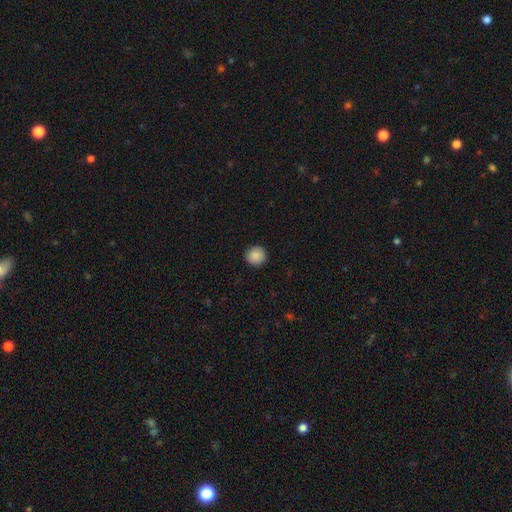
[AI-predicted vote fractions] A smooth galaxy with no disk features (88%) that is round (94%). Merging: none (92%).